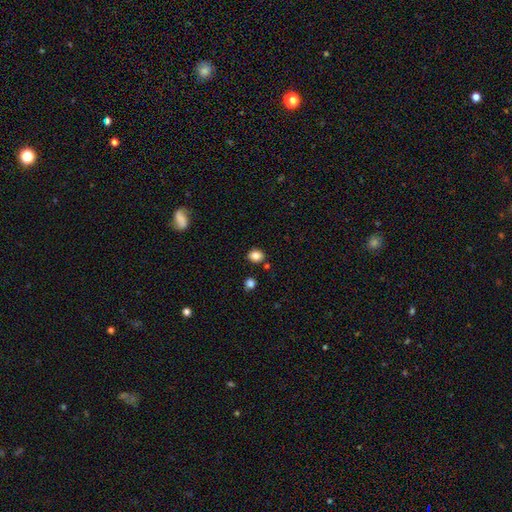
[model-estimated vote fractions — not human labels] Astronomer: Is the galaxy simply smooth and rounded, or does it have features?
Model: smooth — 85%.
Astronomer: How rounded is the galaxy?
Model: round — 56% (runner-up: in between, 43%).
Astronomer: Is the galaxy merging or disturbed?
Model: none — 82%.